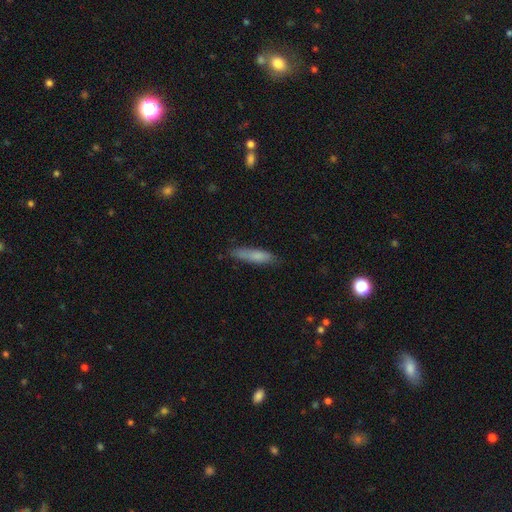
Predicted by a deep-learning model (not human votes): Smooth or featured: smooth — 79% (featured or disk — 15%)
How rounded: cigar-shaped — 77% (in between — 22%)
Merging: none — 78% (minor disturbance — 18%)